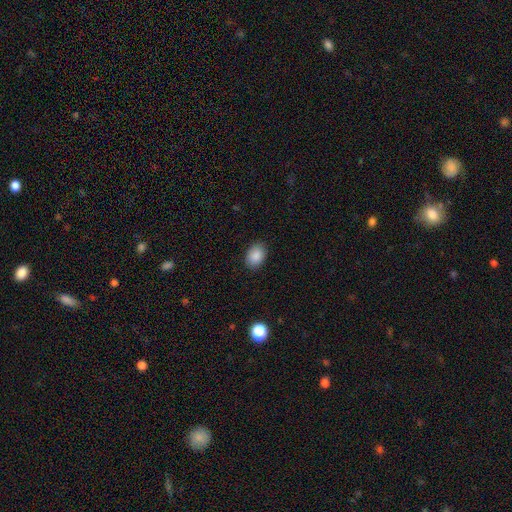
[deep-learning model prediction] This appears to be a smooth galaxy with no disk features (88%) that is in between round and cigar-shaped (79%). Merging: none (87%).